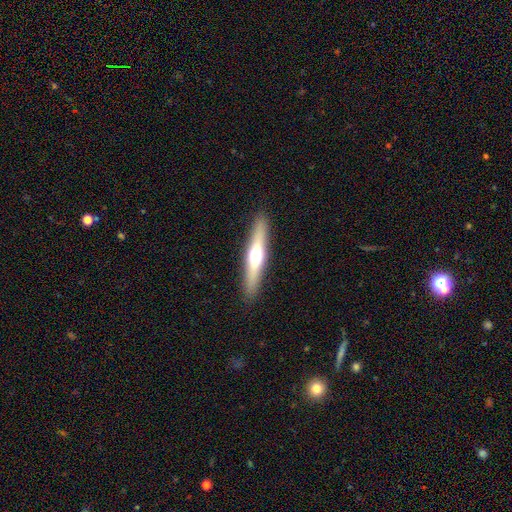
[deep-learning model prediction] smooth-or-featured: featured or disk: 53% | smooth: 41% | star or artifact: 6%
  disk-edge-on: yes: 93% | no: 7%
  merging: none: 90% | minor disturbance: 7% | major disturbance: 2% | merger: 1%